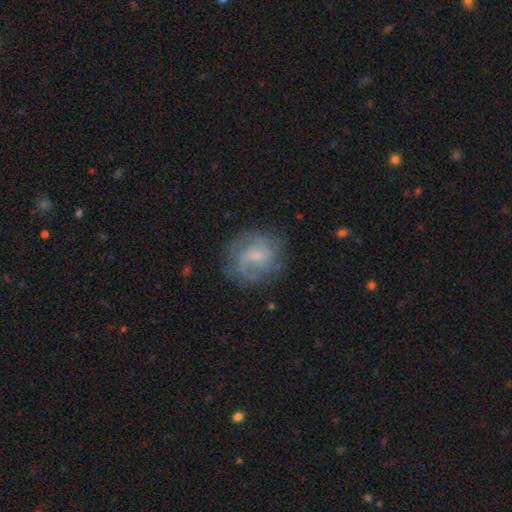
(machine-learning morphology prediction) smooth-or-featured: featured or disk: 70% | smooth: 22% | star or artifact: 7%
  disk-edge-on: no: 98% | yes: 2%
    bar: weak: 52% | no: 40% | strong: 8%
    has-spiral-arms: yes: 89% | no: 11%
      spiral-winding: medium: 46% | tight: 30% | loose: 24%
      spiral-arm-count: 2: 48% | can't tell: 24% | 3: 14% | 1: 6% | 4: 4% | more than 4: 3%
    bulge-size: small: 54% | moderate: 28% | none: 14% | large: 2% | dominant: 1%
  merging: none: 71% | minor disturbance: 18% | major disturbance: 10% | merger: 1%